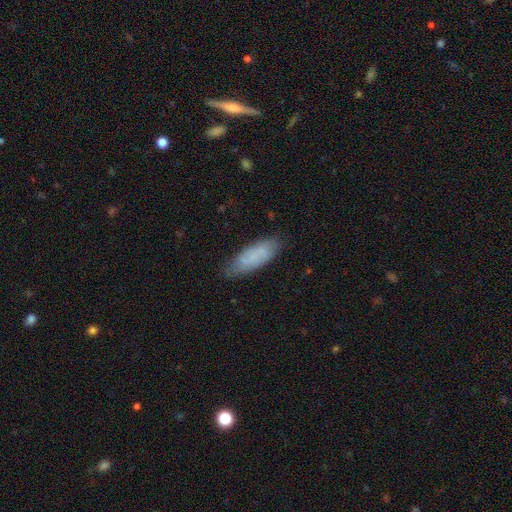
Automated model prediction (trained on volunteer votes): The model was most divided on "how rounded": in between: 64%, cigar-shaped: 34%, round: 2%. More confident: merging — none (75%); smooth or featured — smooth (70%).